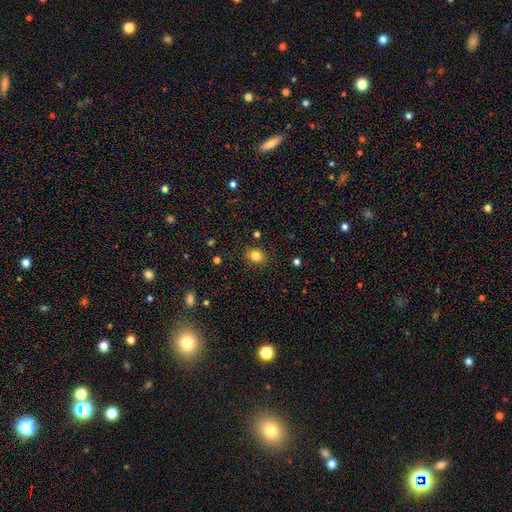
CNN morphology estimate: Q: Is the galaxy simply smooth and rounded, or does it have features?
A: smooth — 82%.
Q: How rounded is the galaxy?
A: round — 64%.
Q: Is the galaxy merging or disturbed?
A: none — 86%.